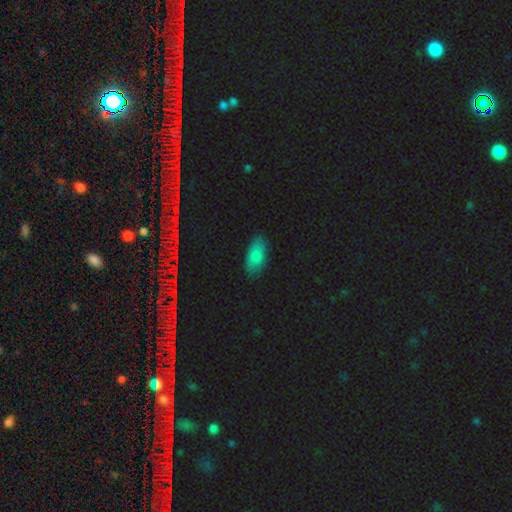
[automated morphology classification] Q: Smooth or featured?
A: smooth (81%); runner-up: featured or disk (10%)
Q: How rounded?
A: in between (91%); runner-up: cigar-shaped (6%)
Q: Merging?
A: none (81%); runner-up: minor disturbance (15%)